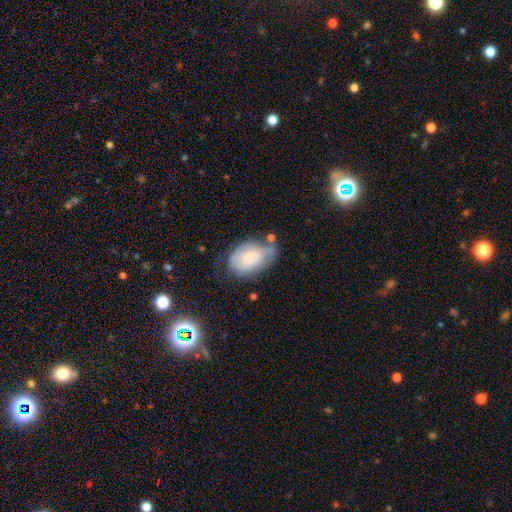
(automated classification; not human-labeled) The model was most divided on "merging": none: 38%, minor disturbance: 34%, major disturbance: 18%, merger: 11%. More confident: how rounded — in between (86%); smooth or featured — smooth (62%).